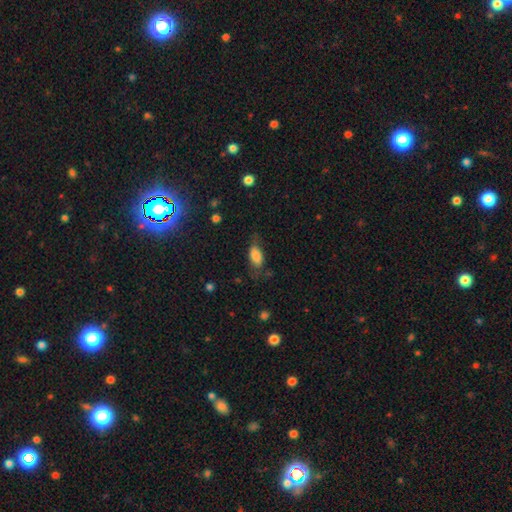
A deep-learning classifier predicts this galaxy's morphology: Smooth or featured? Predicted: smooth (p=0.78). How rounded? Predicted: in between (p=0.88). Merging? Predicted: none (p=0.58).